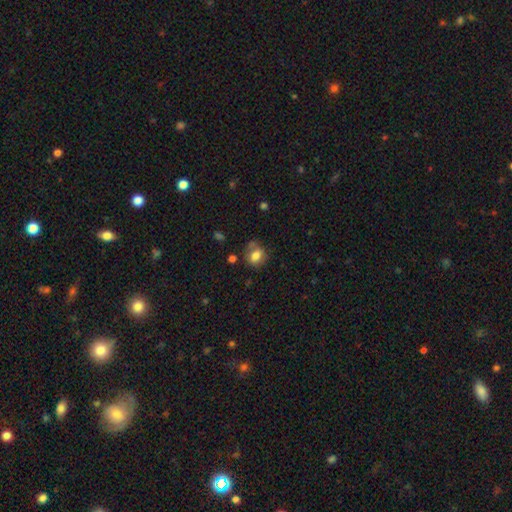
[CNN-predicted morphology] smooth-or-featured: smooth: 77% | featured or disk: 13% | star or artifact: 10%
  how-rounded: round: 59% | in between: 40% | cigar-shaped: 1%
  merging: none: 62% | minor disturbance: 22% | merger: 8% | major disturbance: 8%